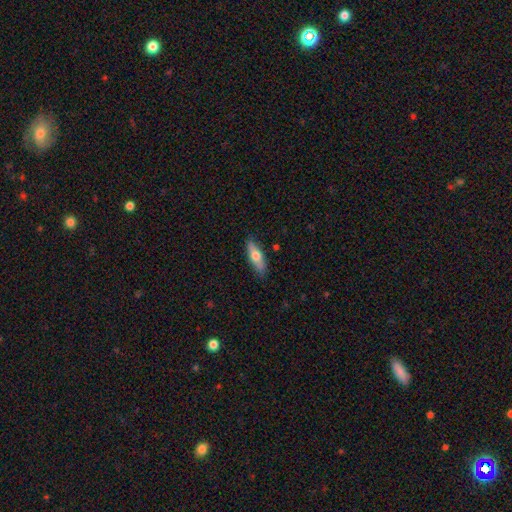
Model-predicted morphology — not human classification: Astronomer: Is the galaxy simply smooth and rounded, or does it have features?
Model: smooth — 61%.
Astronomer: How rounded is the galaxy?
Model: in between — 50% (runner-up: cigar-shaped, 47%).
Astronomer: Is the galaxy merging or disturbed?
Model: none — 83%.